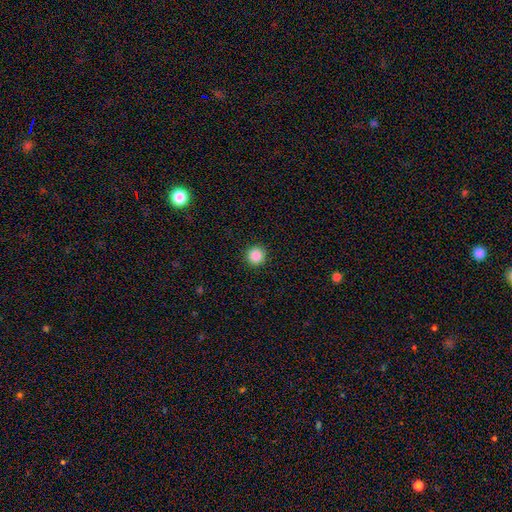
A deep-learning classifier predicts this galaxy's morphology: Smooth or featured: smooth — 87% (star or artifact — 10%)
How rounded: round — 95% (in between — 4%)
Merging: none — 93% (minor disturbance — 5%)